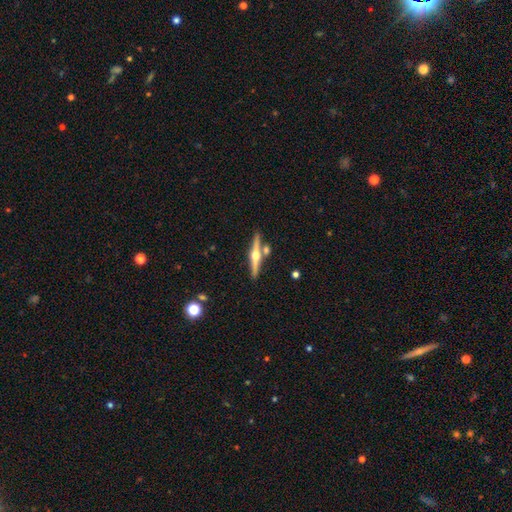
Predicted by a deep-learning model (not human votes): smooth_or_featured: featured or disk (p=0.78) [alt: smooth p=0.16]
disk_edge_on: yes (p=0.98) [alt: no p=0.02]
edge_on_bulge: rounded (p=0.96) [alt: boxy p=0.02]
merging: none (p=0.79) [alt: merger p=0.11]